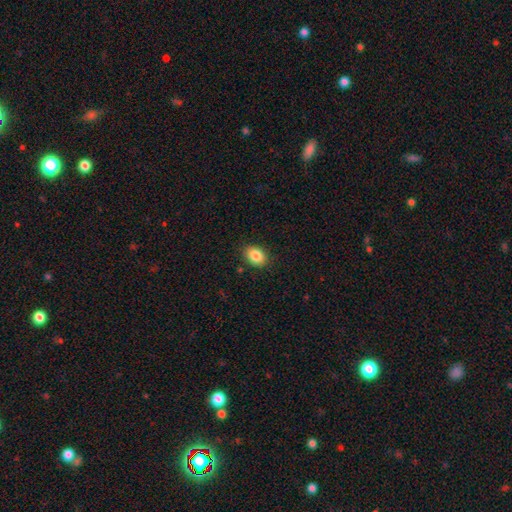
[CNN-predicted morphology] This appears to be a smooth galaxy with no disk features (86%) that is in between round and cigar-shaped (78%). Merging: none (87%).